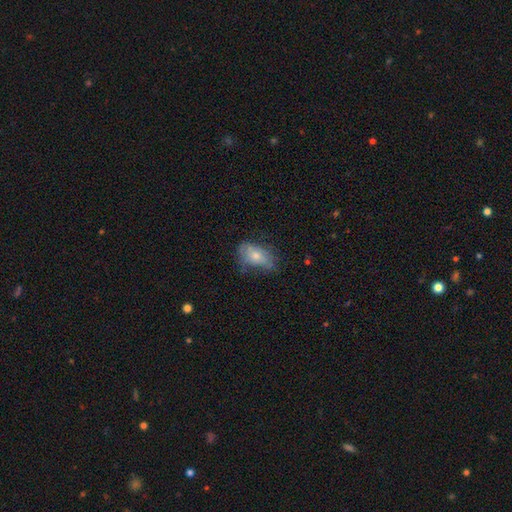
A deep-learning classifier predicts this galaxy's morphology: Smooth or featured? smooth (60%)
How rounded? in between (90%)
Merging? none (49%)